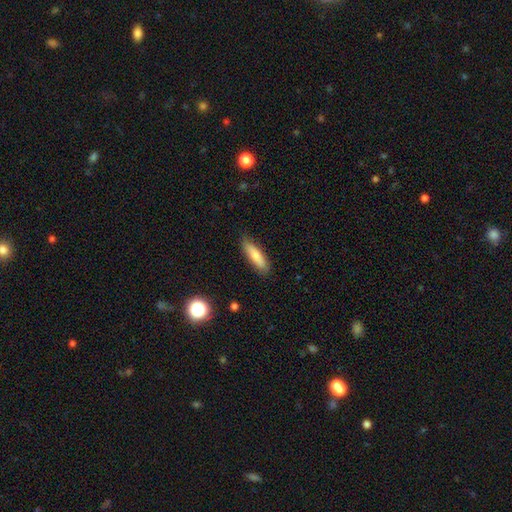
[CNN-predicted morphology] Smooth or featured?
  - smooth: 76% *
  - featured or disk: 17%
  - star or artifact: 7%
How rounded?
  - cigar-shaped: 65% *
  - in between: 33%
  - round: 2%
Merging?
  - none: 83% *
  - minor disturbance: 13%
  - major disturbance: 2%
  - merger: 1%